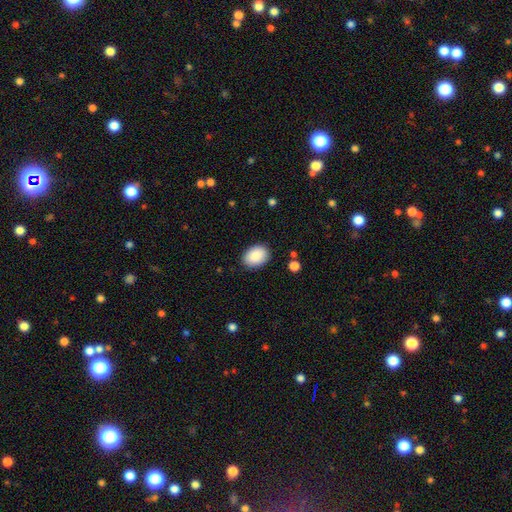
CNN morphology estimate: A smooth galaxy with no disk features (89%) that is in between round and cigar-shaped (78%). Merging: none (87%).